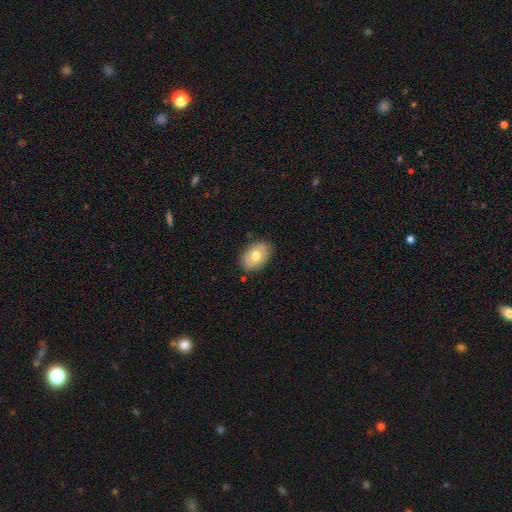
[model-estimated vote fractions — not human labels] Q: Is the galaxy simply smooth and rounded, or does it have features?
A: smooth — 65%.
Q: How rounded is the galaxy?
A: in between — 82%.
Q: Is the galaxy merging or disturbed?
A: none — 83%.